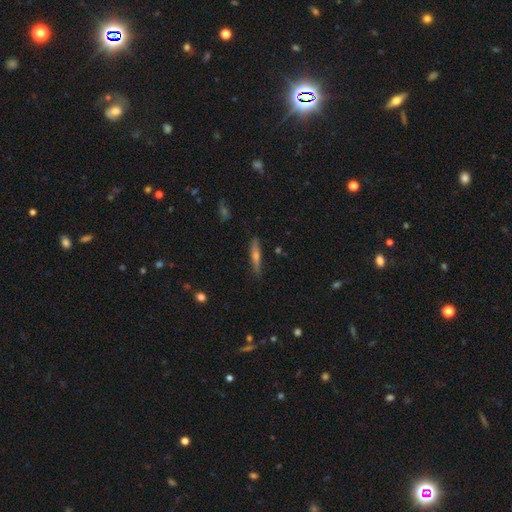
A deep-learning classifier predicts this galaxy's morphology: A featured or disk galaxy (49%). Merging: none (86%).